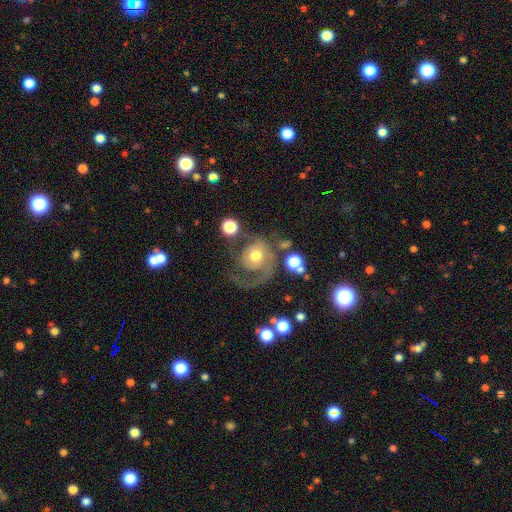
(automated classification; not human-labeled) Smooth or featured? featured or disk (65%)
Edge-on disk? no (97%)
Bar? no (78%)
Spiral arms? yes (79%)
Spiral winding? medium (37%)
Spiral arm count? 1 (68%)
Bulge size? moderate (68%)
Merging? major disturbance (42%)